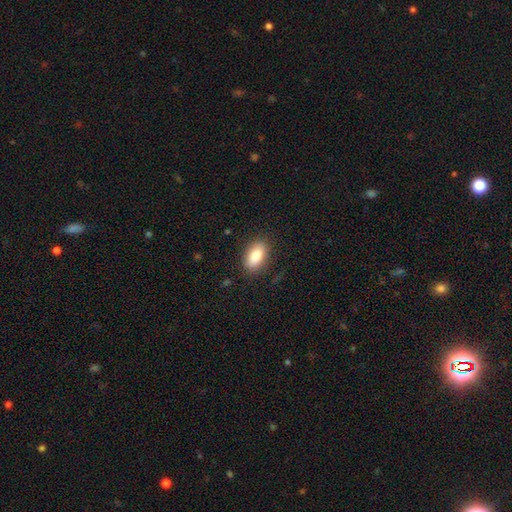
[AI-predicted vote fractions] This appears to be a smooth galaxy with no disk features (84%) that is in between round and cigar-shaped (91%). Merging: none (86%).